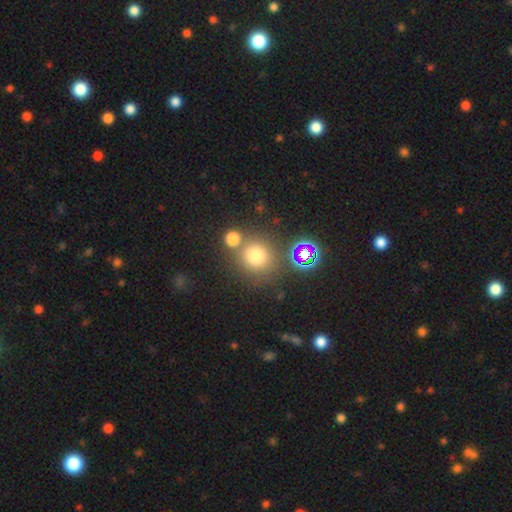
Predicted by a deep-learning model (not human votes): This appears to be a smooth galaxy with no disk features (70%) that is round (91%). Merging: none (70%).